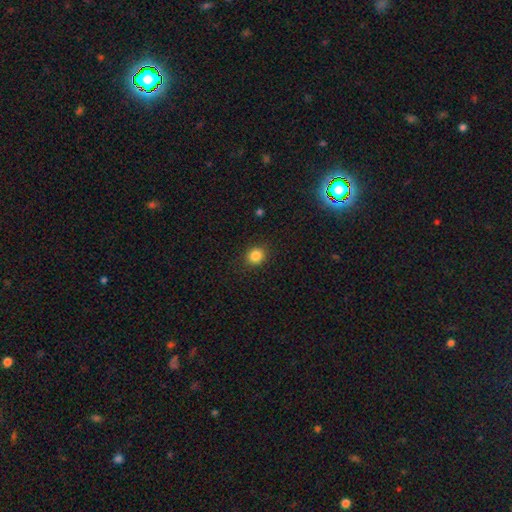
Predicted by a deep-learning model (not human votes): smooth 85%, star or artifact 11%, featured or disk 4%. Down the decision tree: how rounded — round (78%); merging — none (89%).